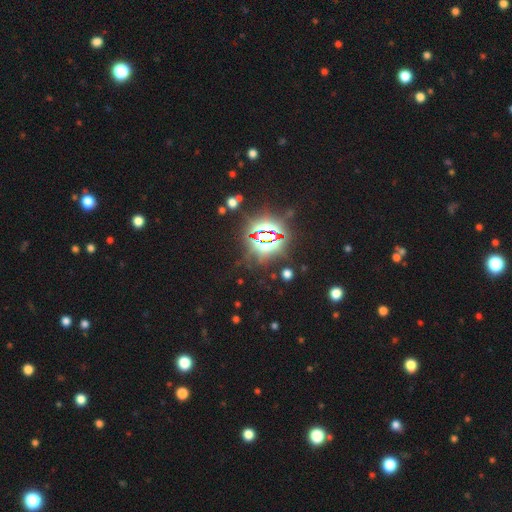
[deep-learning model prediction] Smooth or featured? star or artifact (84%)